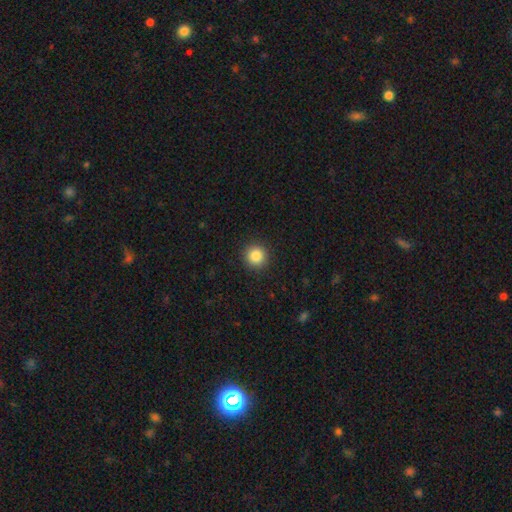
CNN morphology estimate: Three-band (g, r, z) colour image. It shows a smooth galaxy with no disk features (85%) that is round (94%). Merging: none (92%).